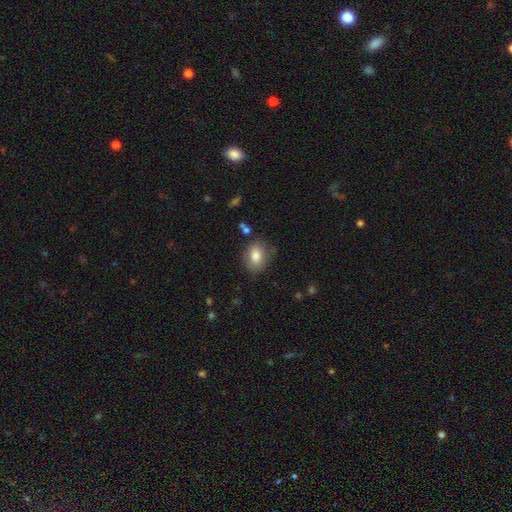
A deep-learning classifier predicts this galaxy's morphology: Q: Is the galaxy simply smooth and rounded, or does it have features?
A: smooth — 82%.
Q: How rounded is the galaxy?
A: in between — 72%.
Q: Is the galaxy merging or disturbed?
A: none — 79%.